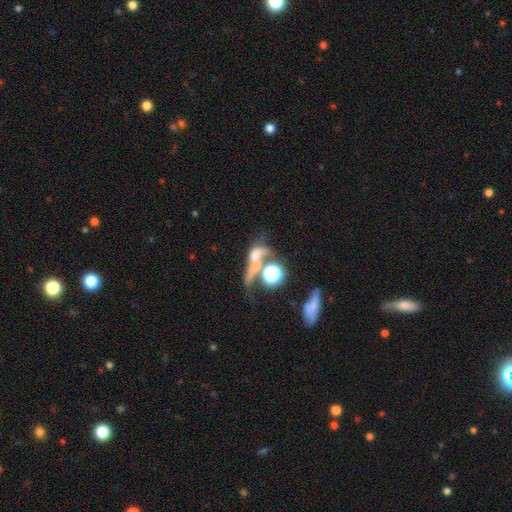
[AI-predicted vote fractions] smooth_or_featured: smooth (p=0.41) [alt: featured or disk p=0.37]
merging: merger (p=0.47) [alt: major disturbance p=0.25]